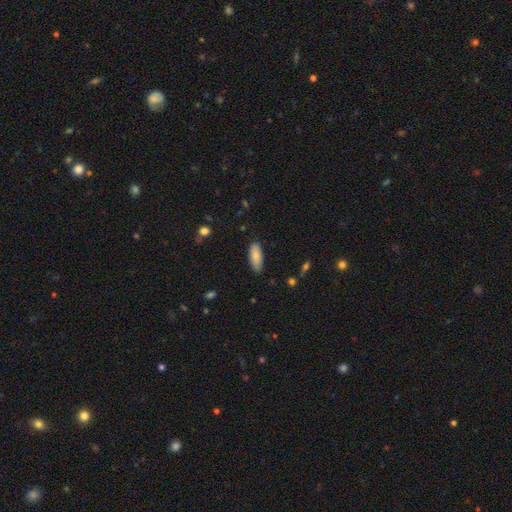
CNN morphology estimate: A smooth galaxy with no disk features (83%) that is in between round and cigar-shaped (74%).

Vote fractions:
- Smooth or featured? smooth: 83% / featured or disk: 11% / star or artifact: 6%
- How rounded? in between: 74% / cigar-shaped: 24% / round: 2%
- Merging? none: 84% / minor disturbance: 13% / major disturbance: 2% / merger: 1%